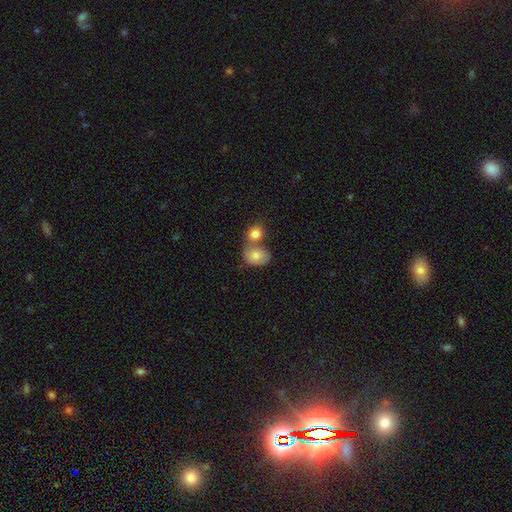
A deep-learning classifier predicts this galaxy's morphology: Smooth or featured: smooth — 81% (featured or disk — 11%)
How rounded: in between — 60% (round — 39%)
Merging: merger — 57% (none — 30%)